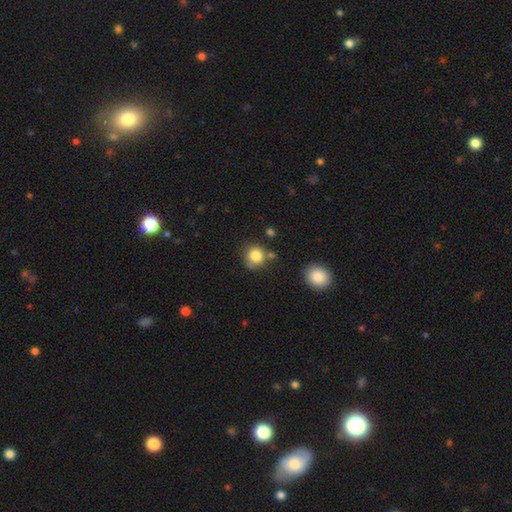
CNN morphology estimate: Smooth or featured? smooth (82%)
How rounded? round (87%)
Merging? none (71%)